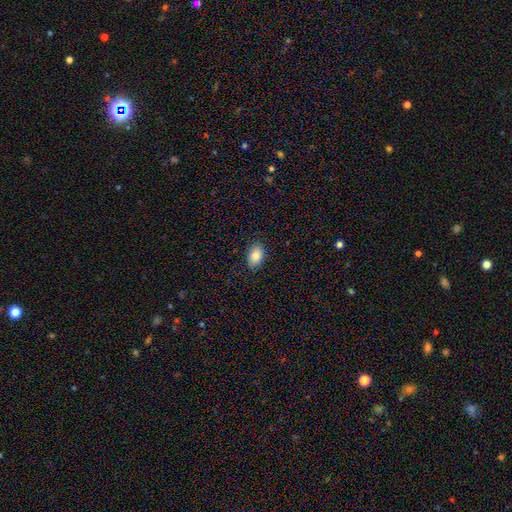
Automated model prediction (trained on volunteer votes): smooth-or-featured: smooth: 87% | star or artifact: 8% | featured or disk: 5%
  how-rounded: in between: 87% | round: 11% | cigar-shaped: 1%
  merging: none: 86% | minor disturbance: 10% | major disturbance: 2% | merger: 1%